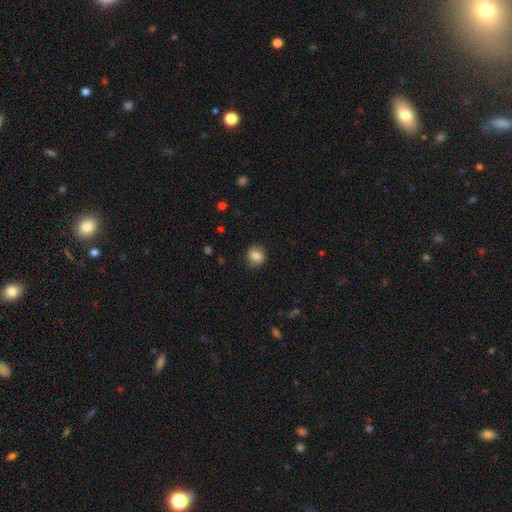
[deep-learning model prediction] Morphology: type=smooth (80%); roundness=round (77%); merging=none (83%).